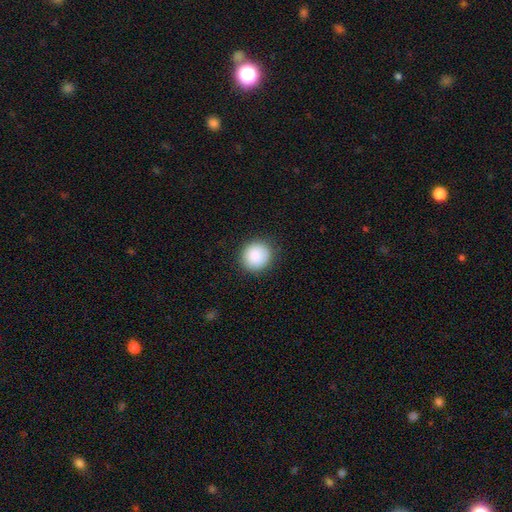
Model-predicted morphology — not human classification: type=smooth (88%); roundness=round (88%); merging=none (88%).